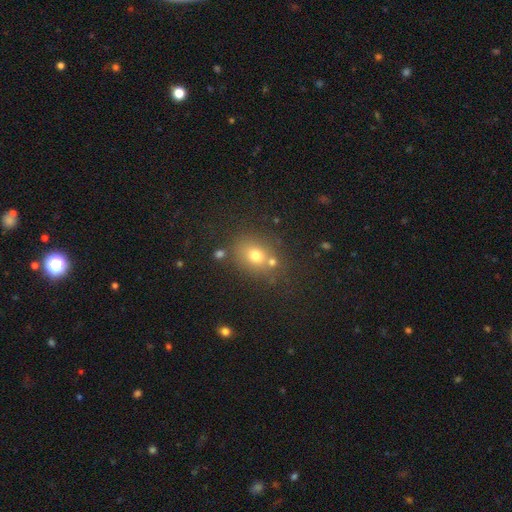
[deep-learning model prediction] Smooth or featured? Predicted: smooth (p=0.71). How rounded? Predicted: round (p=0.60). Merging? Predicted: none (p=0.66).